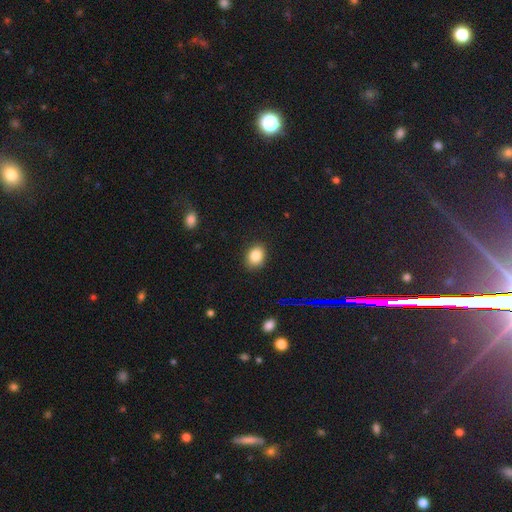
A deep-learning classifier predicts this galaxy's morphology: A smooth galaxy with no disk features (83%) that is in between round and cigar-shaped (61%). Merging: none (85%).